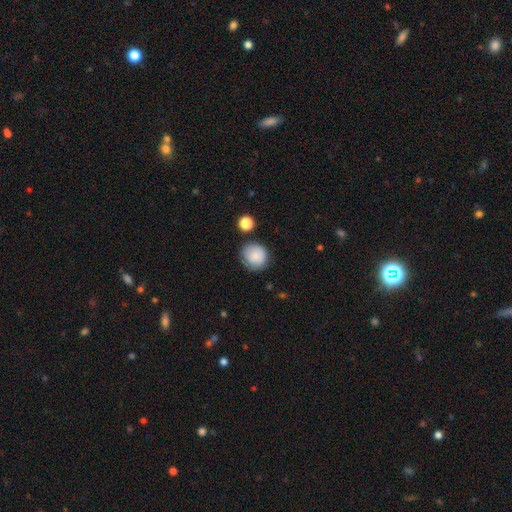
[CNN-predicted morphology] A smooth galaxy with no disk features (83%) that is round (89%).

Vote fractions:
- Smooth or featured? smooth: 83% / featured or disk: 9% / star or artifact: 8%
- How rounded? round: 89% / in between: 10% / cigar-shaped: 1%
- Merging? none: 77% / minor disturbance: 16% / major disturbance: 4% / merger: 4%